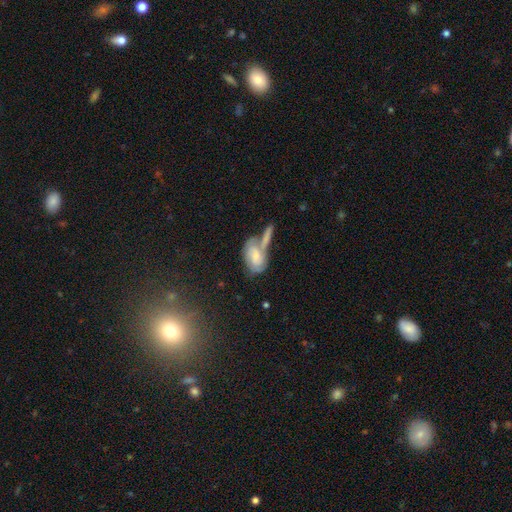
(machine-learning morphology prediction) smooth-or-featured: featured or disk: 47% | smooth: 45% | star or artifact: 8%
  merging: merger: 47% | none: 28% | minor disturbance: 15% | major disturbance: 10%